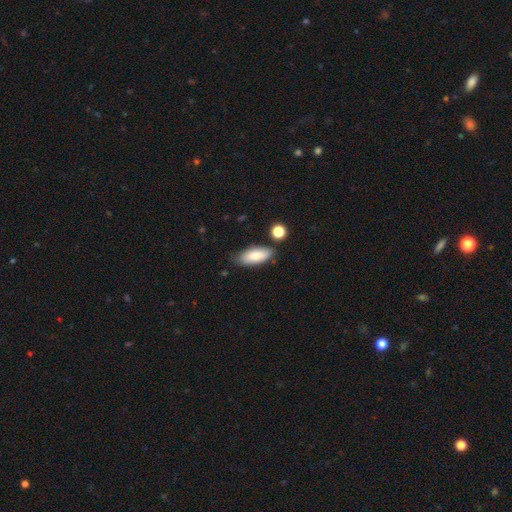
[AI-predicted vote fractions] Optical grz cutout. It shows a smooth galaxy with no disk features (80%) that is in between round and cigar-shaped (82%). Merging: none (75%).